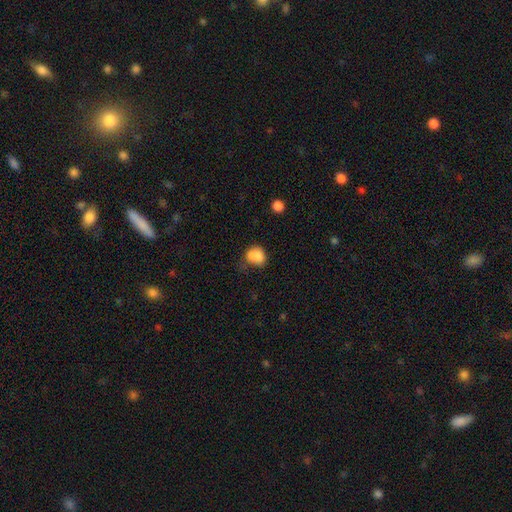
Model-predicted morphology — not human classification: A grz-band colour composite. It shows a smooth galaxy with no disk features (79%) that is round (56%). Merging: none (37%).